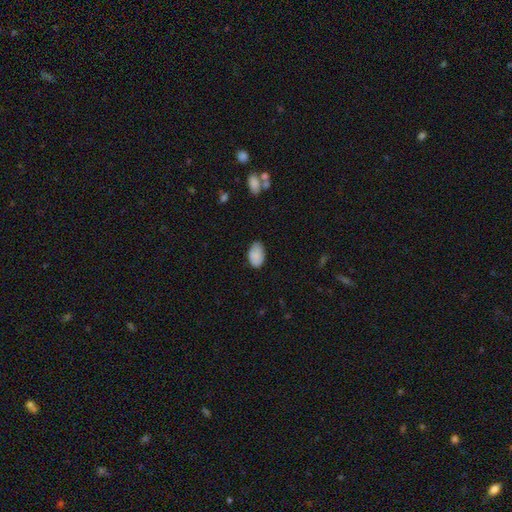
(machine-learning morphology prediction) smooth-or-featured: smooth: 85% | featured or disk: 8% | star or artifact: 7%
  how-rounded: in between: 90% | round: 9% | cigar-shaped: 1%
  merging: none: 74% | minor disturbance: 21% | major disturbance: 4% | merger: 1%